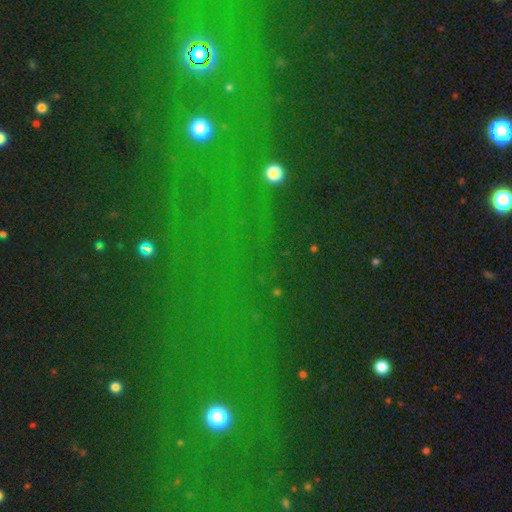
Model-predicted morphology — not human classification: smooth_or_featured: star or artifact (p=0.76) [alt: smooth p=0.15]